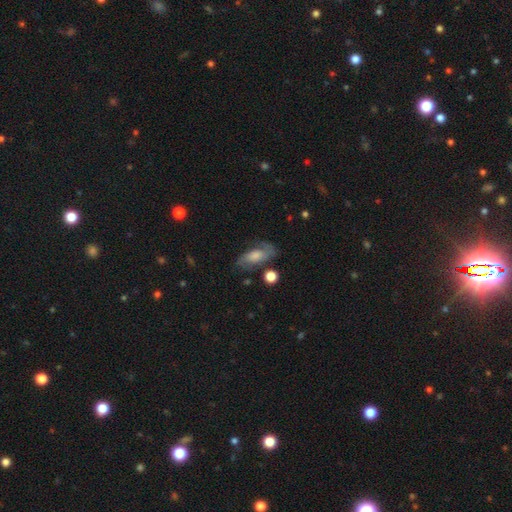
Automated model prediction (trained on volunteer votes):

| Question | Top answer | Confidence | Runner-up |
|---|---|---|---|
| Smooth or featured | featured or disk | 55% | smooth (37%) |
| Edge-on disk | no | 91% | yes (9%) |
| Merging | none | 66% | minor disturbance (20%) |